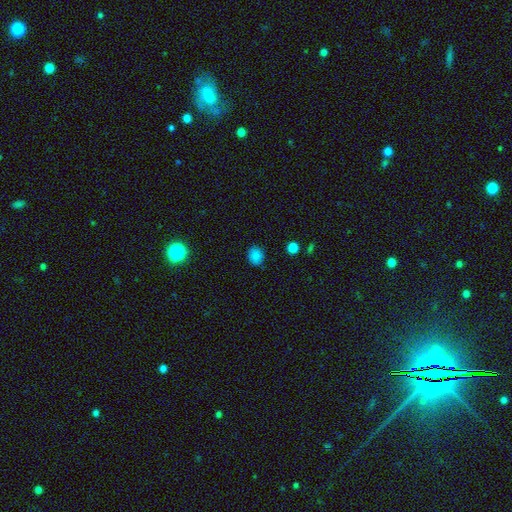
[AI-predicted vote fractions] smooth-or-featured: smooth: 84% | star or artifact: 13% | featured or disk: 3%
  how-rounded: round: 66% | in between: 33% | cigar-shaped: 1%
  merging: none: 84% | minor disturbance: 11% | major disturbance: 3% | merger: 2%